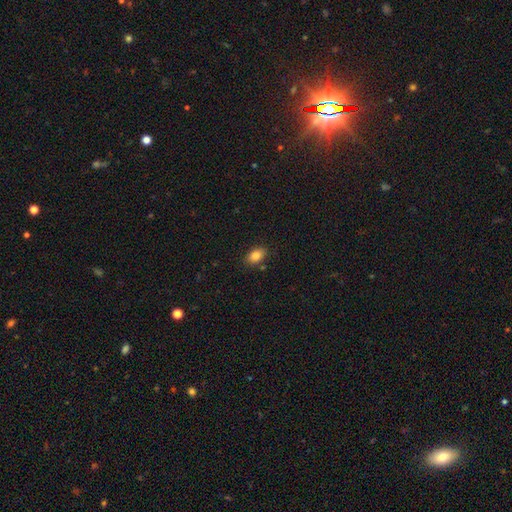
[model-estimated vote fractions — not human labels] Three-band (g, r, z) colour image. It shows a smooth galaxy with no disk features (85%) that is in between round and cigar-shaped (84%). Merging: none (84%).